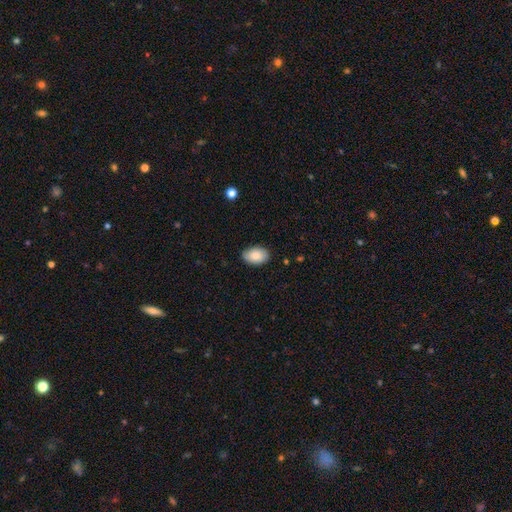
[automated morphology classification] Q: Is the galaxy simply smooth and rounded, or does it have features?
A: smooth — 85%.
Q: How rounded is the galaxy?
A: in between — 90%.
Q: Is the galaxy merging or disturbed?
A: none — 84%.